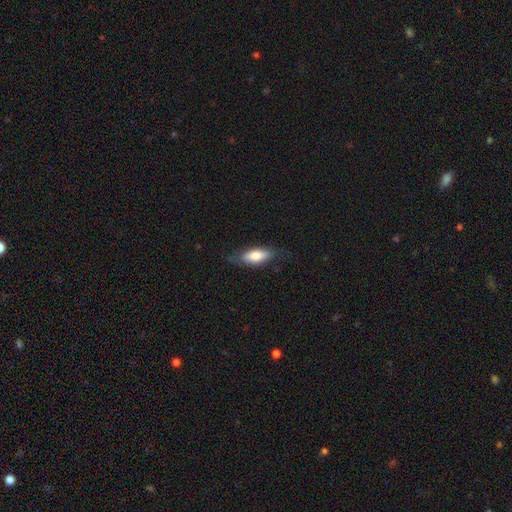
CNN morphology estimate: smooth_or_featured: smooth (p=0.71) [alt: featured or disk p=0.23]
how_rounded: in between (p=0.73) [alt: cigar-shaped p=0.25]
merging: none (p=0.71) [alt: minor disturbance p=0.22]